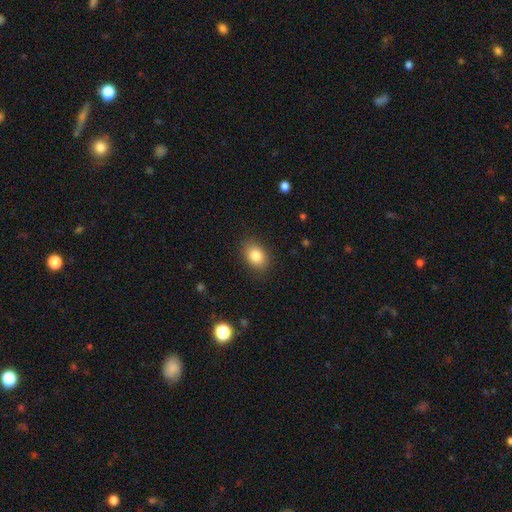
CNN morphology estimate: Smooth or featured? Predicted: smooth (p=0.84). How rounded? Predicted: in between (p=0.70). Merging? Predicted: none (p=0.85).